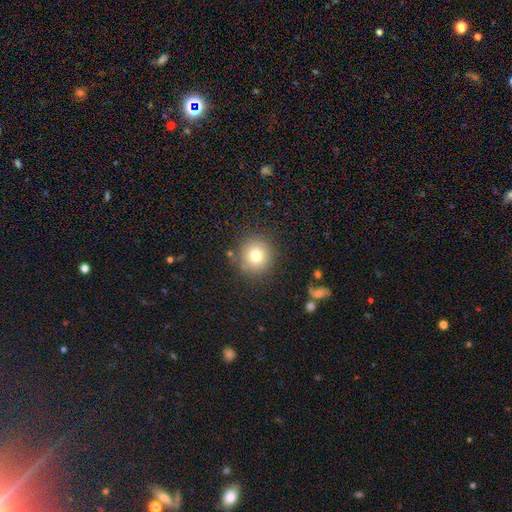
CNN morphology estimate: type=smooth (75%); roundness=round (93%); merging=none (86%).